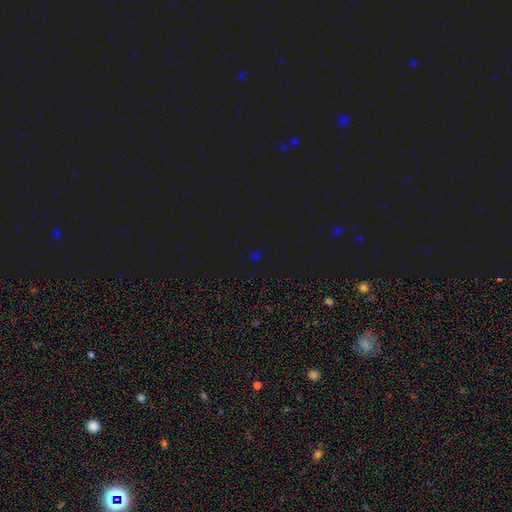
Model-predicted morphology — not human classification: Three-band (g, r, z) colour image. It shows a star or artifact, not a galaxy (66%).